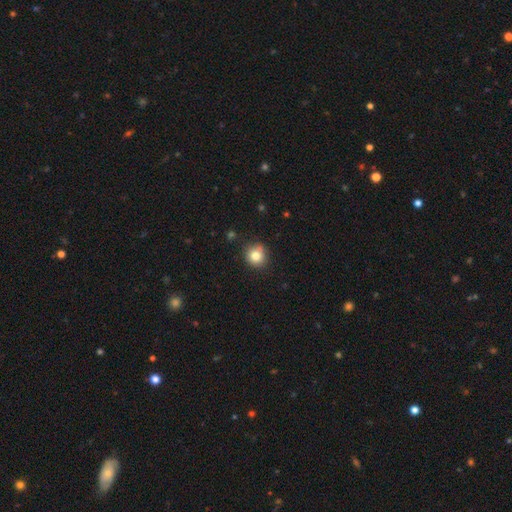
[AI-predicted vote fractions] Overall: smooth (81%). How rounded: round (89%). Merging: none (81%).